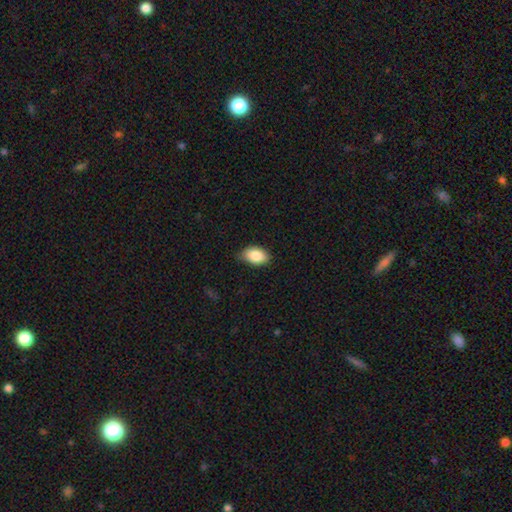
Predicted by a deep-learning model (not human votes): Overall: smooth (87%). How rounded: in between (91%). Merging: none (76%).